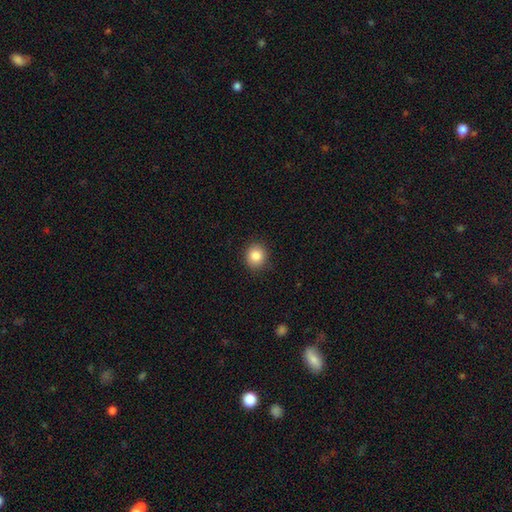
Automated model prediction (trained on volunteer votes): A smooth galaxy with no disk features (85%) that is round (82%).

Vote fractions:
- Smooth or featured? smooth: 85% / star or artifact: 9% / featured or disk: 5%
- How rounded? round: 82% / in between: 17% / cigar-shaped: 1%
- Merging? none: 90% / minor disturbance: 7% / major disturbance: 2% / merger: 1%